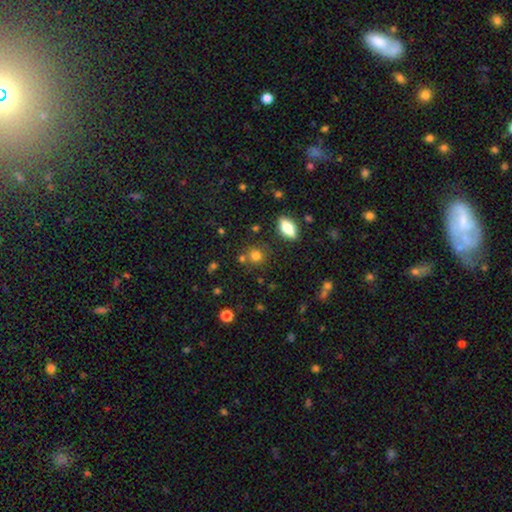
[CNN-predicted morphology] Smooth or featured? smooth (77%)
How rounded? round (84%)
Merging? none (74%)